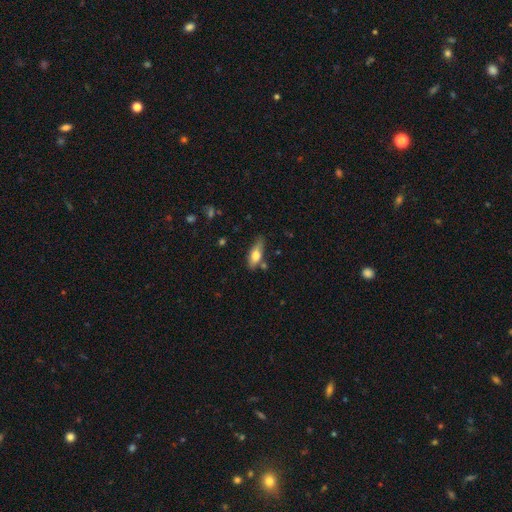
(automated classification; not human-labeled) smooth 65%, featured or disk 28%, star or artifact 6%. Down the decision tree: how rounded — in between (68%); merging — none (68%).